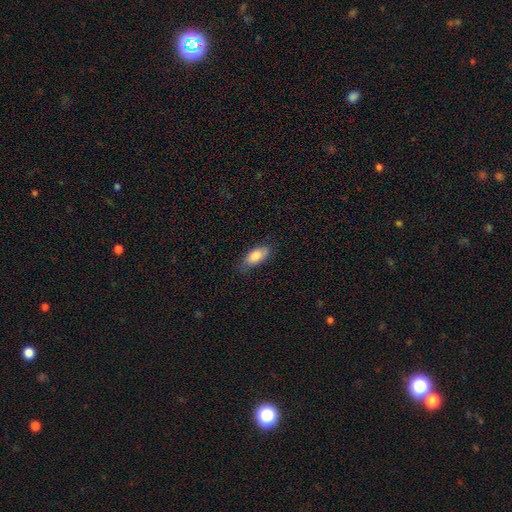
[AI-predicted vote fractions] Smooth or featured: smooth — 82% (featured or disk — 11%)
How rounded: in between — 87% (cigar-shaped — 10%)
Merging: none — 73% (minor disturbance — 22%)